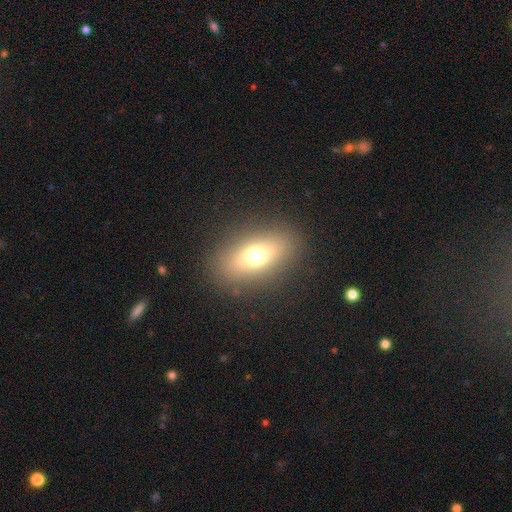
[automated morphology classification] Smooth or featured: smooth — 66% (featured or disk — 21%)
How rounded: in between — 78% (round — 15%)
Merging: none — 87% (minor disturbance — 8%)